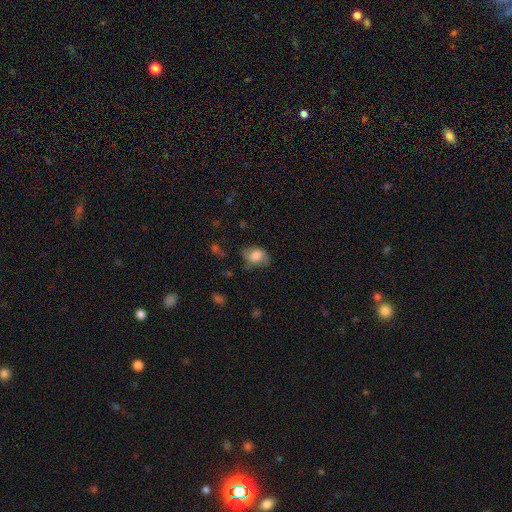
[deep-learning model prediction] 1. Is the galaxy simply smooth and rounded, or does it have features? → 77% smooth, 15% featured or disk, 8% star or artifact.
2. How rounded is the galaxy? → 70% in between, 29% round, 1% cigar-shaped.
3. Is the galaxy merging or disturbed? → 55% none, 31% minor disturbance, 13% major disturbance, 2% merger.